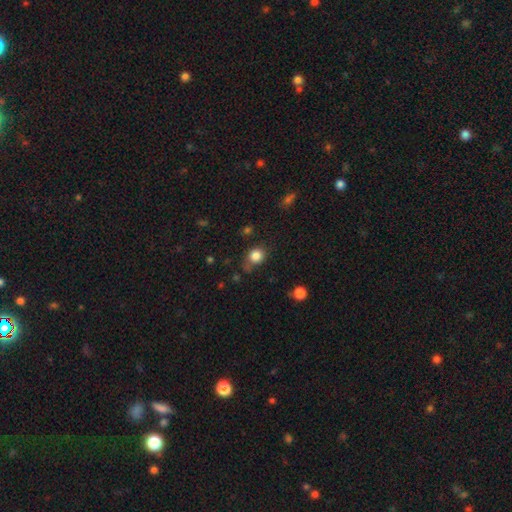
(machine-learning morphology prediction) The model was most divided on "merging": none: 64%, minor disturbance: 25%, major disturbance: 8%, merger: 4%. More confident: smooth or featured — smooth (83%); how rounded — round (72%).